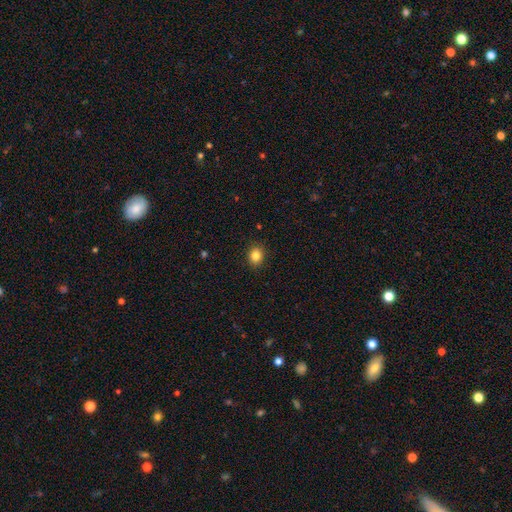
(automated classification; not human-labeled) Q: Smooth or featured?
A: smooth (84%); runner-up: star or artifact (11%)
Q: How rounded?
A: round (58%); runner-up: in between (41%)
Q: Merging?
A: none (90%); runner-up: minor disturbance (7%)